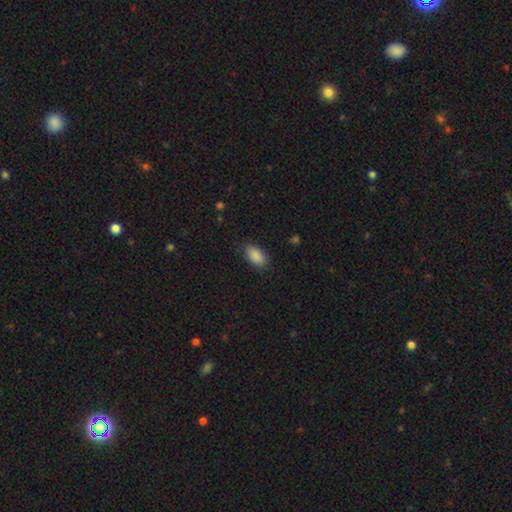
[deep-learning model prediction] Smooth or featured: smooth — 89% (star or artifact — 7%)
How rounded: in between — 92% (round — 5%)
Merging: none — 84% (minor disturbance — 12%)